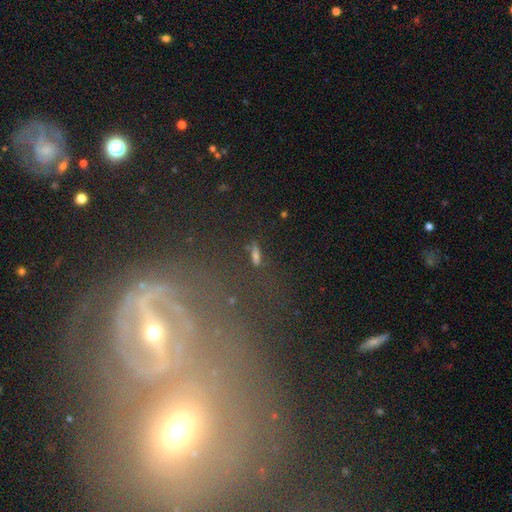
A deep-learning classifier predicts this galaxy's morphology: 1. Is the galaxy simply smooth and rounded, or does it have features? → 48% smooth, 28% star or artifact, 24% featured or disk.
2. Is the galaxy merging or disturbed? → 72% none, 13% minor disturbance, 8% major disturbance, 7% merger.